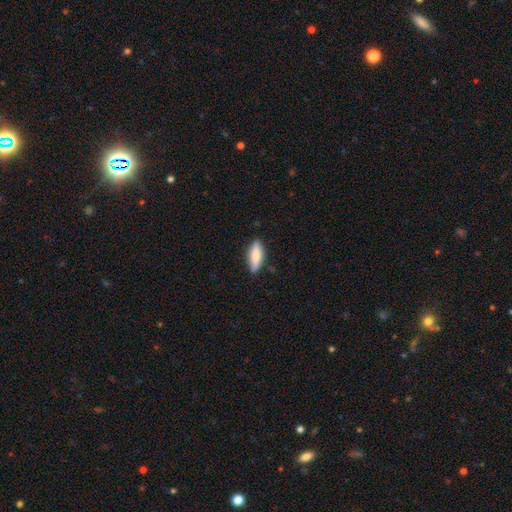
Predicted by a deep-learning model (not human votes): smooth_or_featured: smooth (p=0.71) [alt: featured or disk p=0.23]
how_rounded: in between (p=0.54) [alt: cigar-shaped p=0.44]
merging: none (p=0.83) [alt: minor disturbance p=0.14]